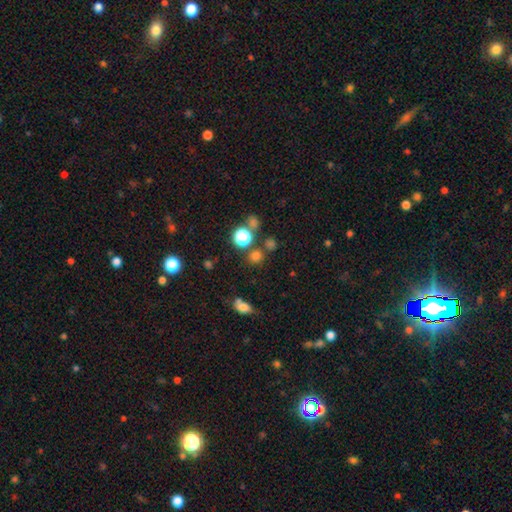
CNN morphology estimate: smooth 69%, star or artifact 25%, featured or disk 6%. Down the decision tree: how rounded — round (88%); merging — none (76%).